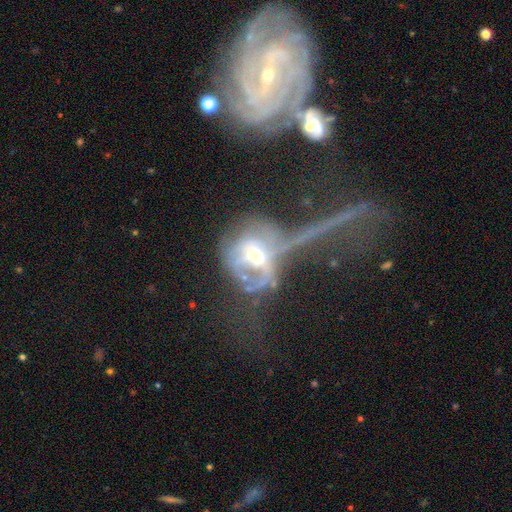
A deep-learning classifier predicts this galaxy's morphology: This appears to be a featured or disk galaxy (63%) with no bar (64%), no spiral arms (59%) and a moderate central bulge (66%). Merging: major disturbance (48%).